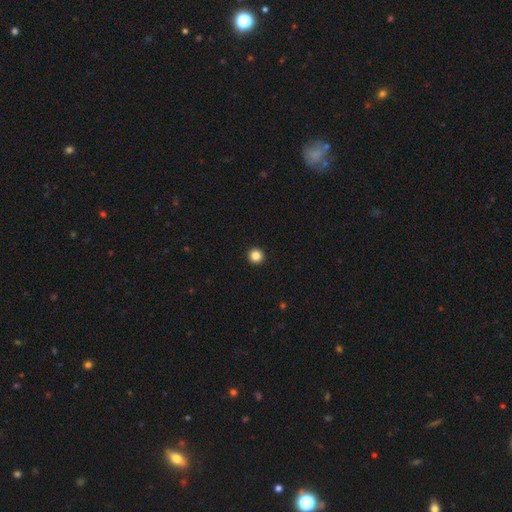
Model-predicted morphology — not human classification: A smooth galaxy with no disk features (85%) that is round (97%).

Vote fractions:
- Smooth or featured? smooth: 85% / star or artifact: 11% / featured or disk: 4%
- How rounded? round: 97% / in between: 2% / cigar-shaped: 1%
- Merging? none: 95% / minor disturbance: 3% / major disturbance: 1% / merger: 1%